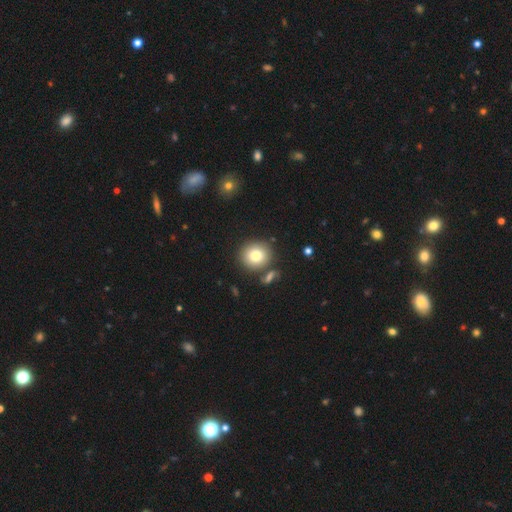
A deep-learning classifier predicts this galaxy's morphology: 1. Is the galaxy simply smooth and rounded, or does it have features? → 80% smooth, 10% featured or disk, 10% star or artifact.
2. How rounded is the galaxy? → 86% round, 13% in between, 1% cigar-shaped.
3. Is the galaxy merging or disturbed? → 78% none, 10% merger, 9% minor disturbance, 3% major disturbance.